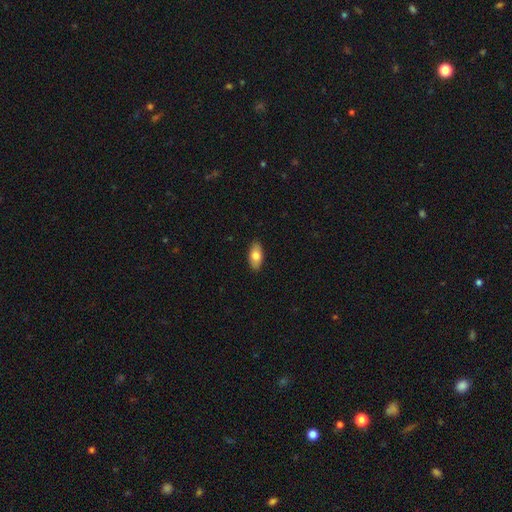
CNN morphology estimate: This appears to be a smooth galaxy with no disk features (77%) that is in between round and cigar-shaped (90%). Merging: none (90%).